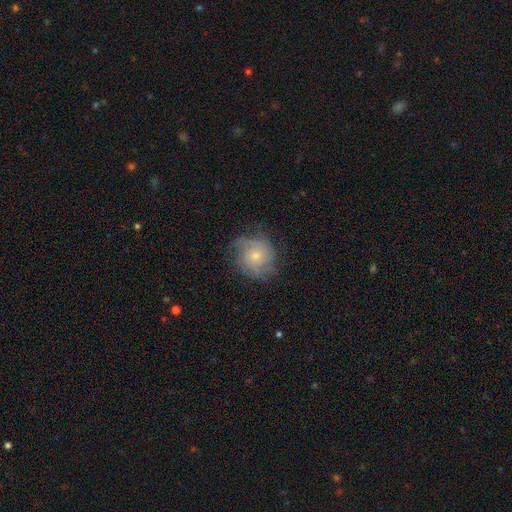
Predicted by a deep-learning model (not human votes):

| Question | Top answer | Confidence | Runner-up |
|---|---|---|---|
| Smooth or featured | featured or disk | 55% | smooth (37%) |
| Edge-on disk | no | 97% | yes (3%) |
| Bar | no | 80% | weak (17%) |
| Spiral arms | yes | 83% | no (17%) |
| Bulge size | small | 58% | moderate (37%) |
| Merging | none | 66% | minor disturbance (23%) |